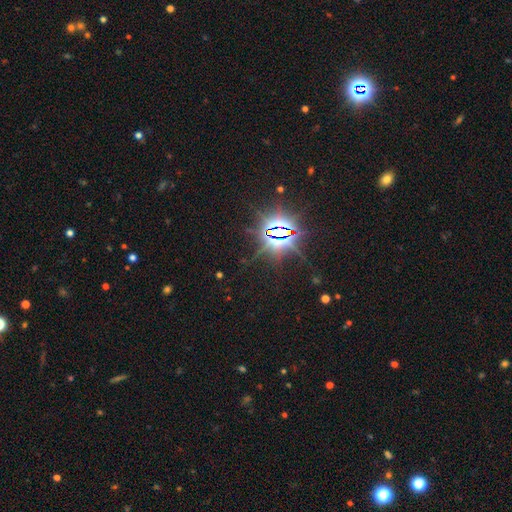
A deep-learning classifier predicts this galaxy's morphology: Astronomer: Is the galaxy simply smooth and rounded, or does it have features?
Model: star or artifact — 85%.